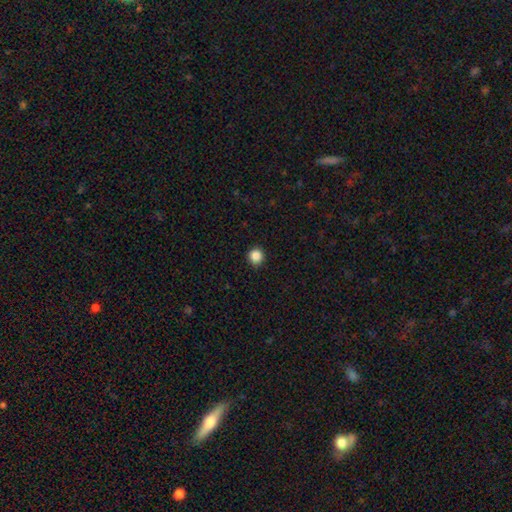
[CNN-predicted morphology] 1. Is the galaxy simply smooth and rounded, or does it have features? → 87% smooth, 10% star or artifact, 3% featured or disk.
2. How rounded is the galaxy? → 93% round, 6% in between, 1% cigar-shaped.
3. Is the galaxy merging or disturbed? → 91% none, 6% minor disturbance, 2% major disturbance, 1% merger.